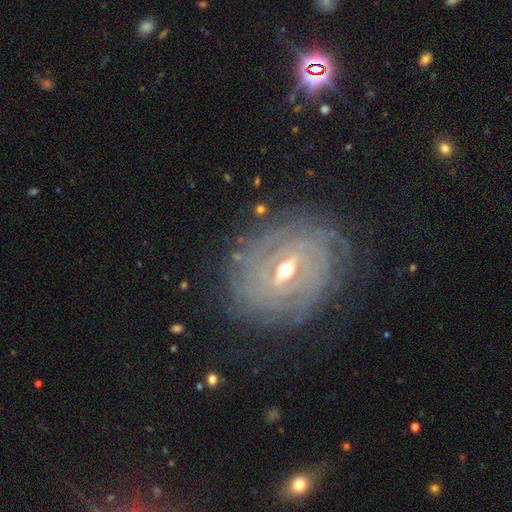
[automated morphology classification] Smooth or featured?
  - featured or disk: 77% *
  - star or artifact: 13%
  - smooth: 10%
Edge-on disk?
  - no: 95% *
  - yes: 5%
Bar?
  - weak: 49% *
  - no: 29%
  - strong: 21%
Spiral arms?
  - yes: 94% *
  - no: 6%
Spiral winding?
  - tight: 79% *
  - medium: 16%
  - loose: 5%
Spiral arm count?
  - can't tell: 41% *
  - more than 4: 14%
  - 4: 13%
  - 2: 12%
  - 3: 12%
  - 1: 7%
Bulge size?
  - small: 51% *
  - moderate: 46%
  - large: 2%
  - none: 1%
  - dominant: 1%
Merging?
  - none: 82% *
  - minor disturbance: 12%
  - major disturbance: 5%
  - merger: 1%